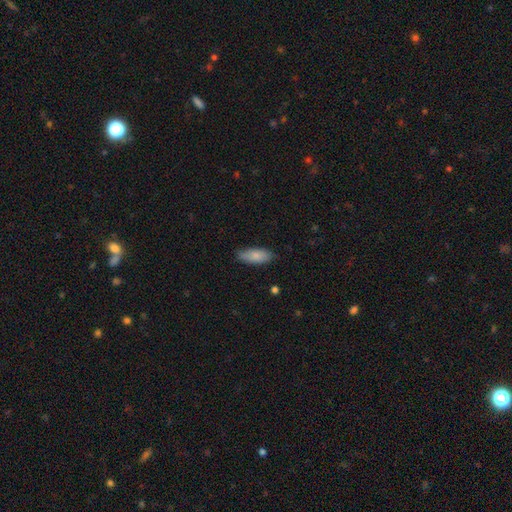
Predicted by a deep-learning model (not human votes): Morphology: type=smooth (83%); roundness=in between (79%); merging=none (80%).